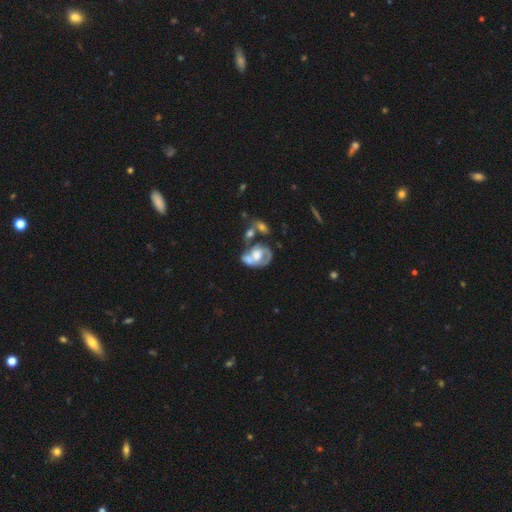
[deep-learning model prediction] Morphology: type=featured or disk (65%); edge-on=no (97%); bar=no (77%); spiral arms=yes (58%); bulge=large (42%); merging=merger (39%).